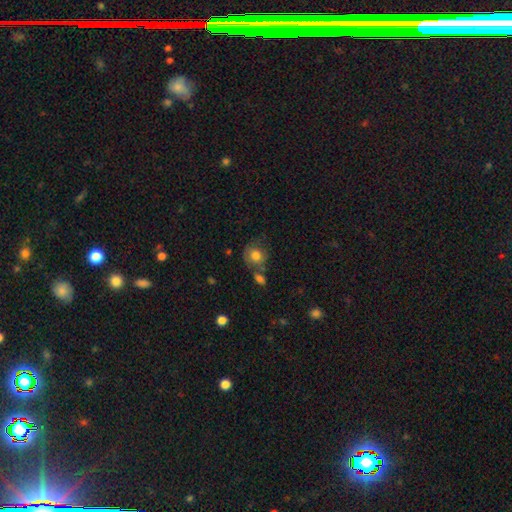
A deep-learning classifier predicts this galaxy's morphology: Smooth or featured? Predicted: smooth (p=0.74). How rounded? Predicted: round (p=0.79). Merging? Predicted: none (p=0.53).